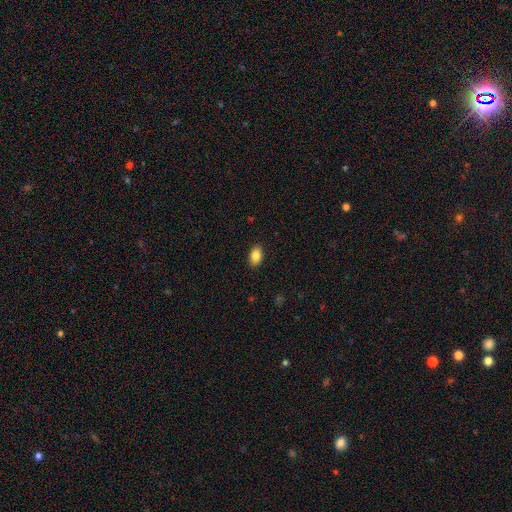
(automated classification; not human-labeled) A smooth galaxy with no disk features (87%) that is in between round and cigar-shaped (90%).

Vote fractions:
- Smooth or featured? smooth: 87% / star or artifact: 8% / featured or disk: 6%
- How rounded? in between: 90% / round: 8% / cigar-shaped: 2%
- Merging? none: 90% / minor disturbance: 7% / major disturbance: 2% / merger: 1%